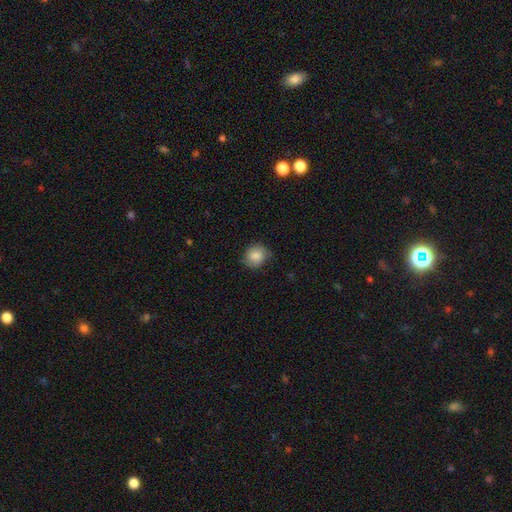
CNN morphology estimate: This appears to be a smooth galaxy with no disk features (77%) that is round (76%). Merging: none (72%).